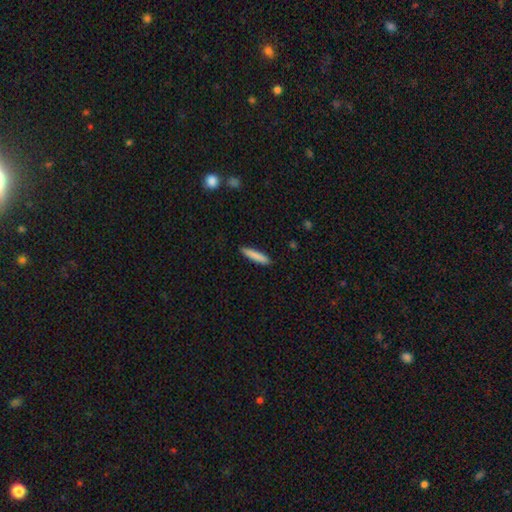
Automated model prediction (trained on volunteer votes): A smooth galaxy with no disk features (85%) that is cigar-shaped (90%).

Vote fractions:
- Smooth or featured? smooth: 85% / featured or disk: 10% / star or artifact: 6%
- How rounded? cigar-shaped: 90% / in between: 9% / round: 1%
- Merging? none: 90% / minor disturbance: 7% / major disturbance: 2% / merger: 1%